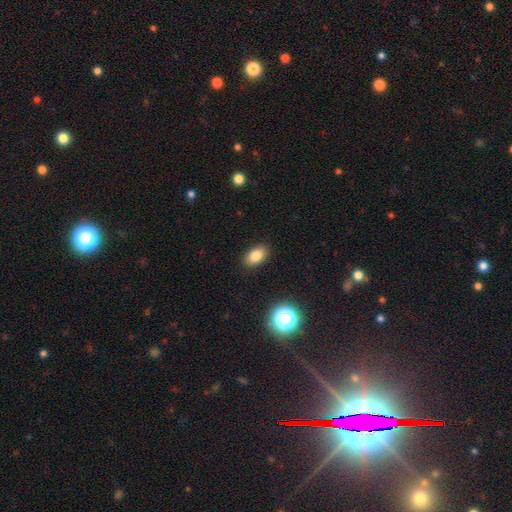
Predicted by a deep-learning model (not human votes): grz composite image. It shows a smooth galaxy with no disk features (81%) that is in between round and cigar-shaped (88%). Merging: none (88%).